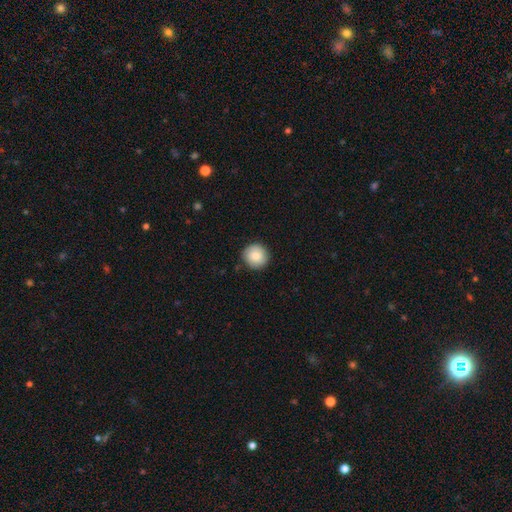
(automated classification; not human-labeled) Overall: smooth (76%). How rounded: round (93%). Merging: none (87%).